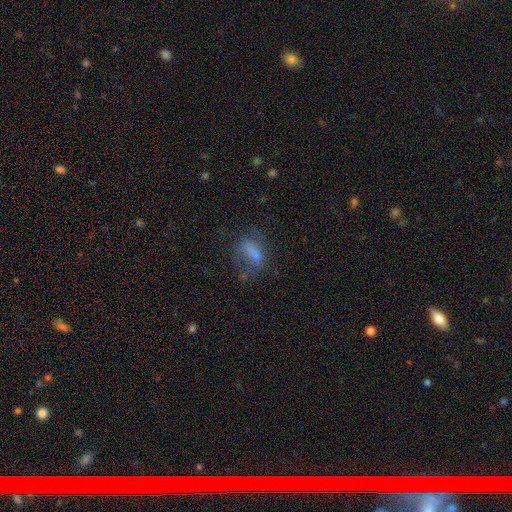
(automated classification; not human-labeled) This appears to be a smooth galaxy with no disk features (56%) that is in between round and cigar-shaped (68%). Merging: none (45%).